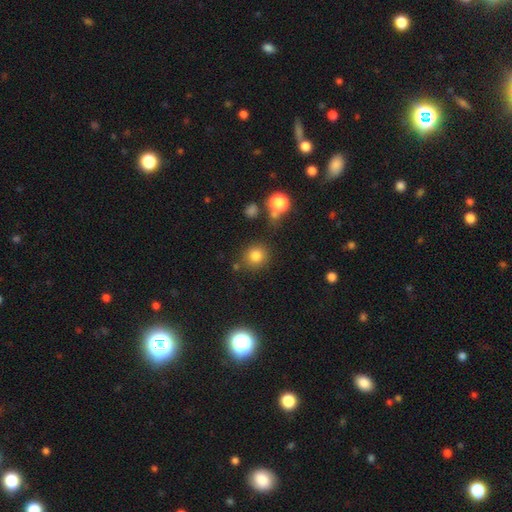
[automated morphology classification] smooth_or_featured: smooth (p=0.81) [alt: star or artifact p=0.13]
how_rounded: round (p=0.88) [alt: in between p=0.11]
merging: none (p=0.80) [alt: minor disturbance p=0.10]